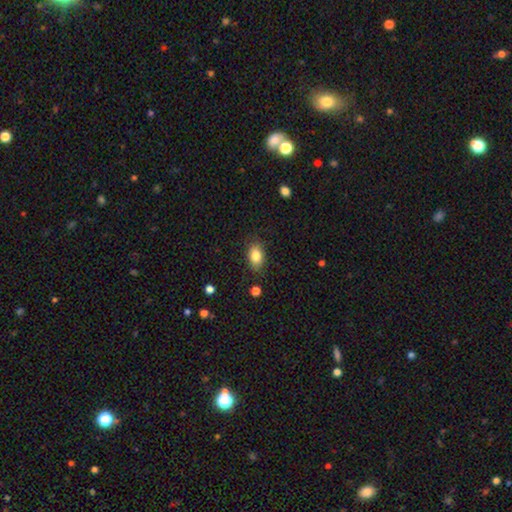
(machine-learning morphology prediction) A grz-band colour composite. It shows a smooth galaxy with no disk features (83%) that is in between round and cigar-shaped (85%). Merging: none (83%).